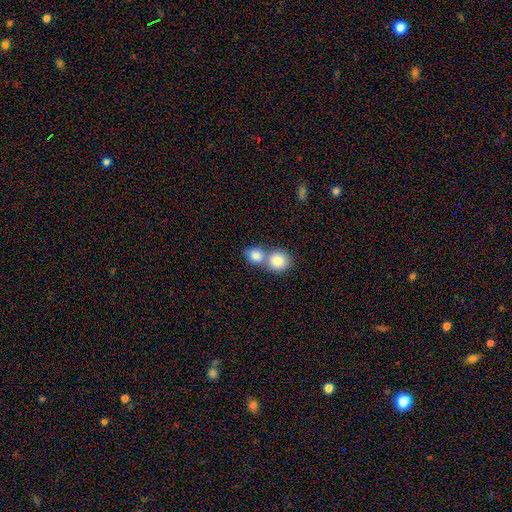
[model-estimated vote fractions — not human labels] Smooth or featured? smooth (84%)
How rounded? round (77%)
Merging? merger (62%)